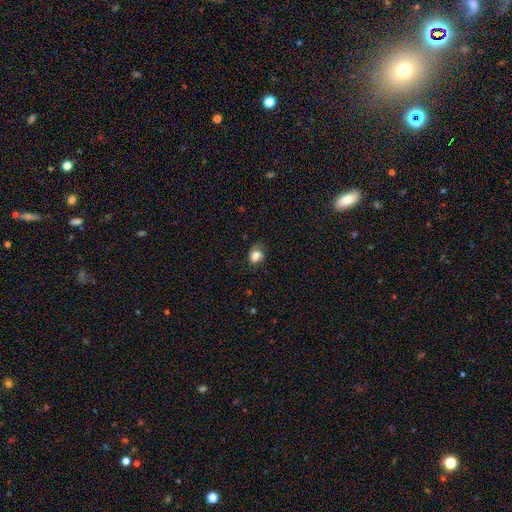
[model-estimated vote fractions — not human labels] This appears to be a smooth galaxy with no disk features (79%) that is in between round and cigar-shaped (60%). Merging: none (56%).